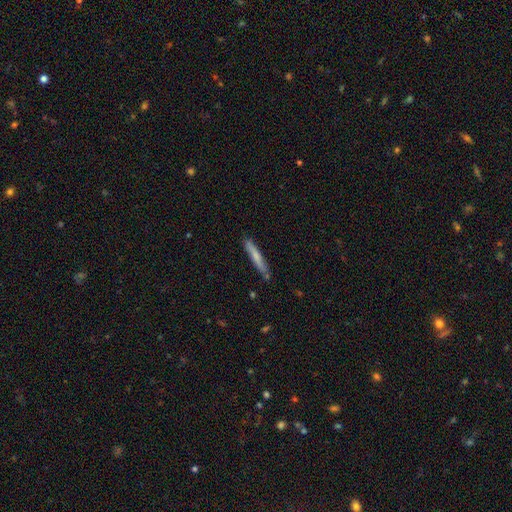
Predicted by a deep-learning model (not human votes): A smooth galaxy with no disk features (66%) that is cigar-shaped (94%).

Vote fractions:
- Smooth or featured? smooth: 66% / featured or disk: 29% / star or artifact: 6%
- How rounded? cigar-shaped: 94% / in between: 5% / round: 1%
- Merging? none: 82% / minor disturbance: 13% / merger: 3% / major disturbance: 2%